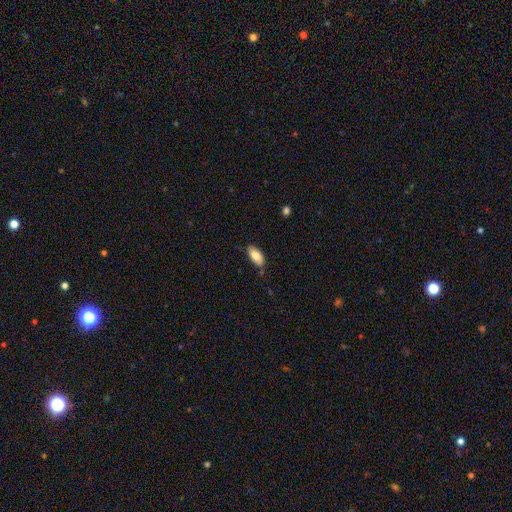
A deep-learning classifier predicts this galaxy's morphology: Smooth or featured: smooth — 81% (featured or disk — 12%)
How rounded: in between — 90% (cigar-shaped — 7%)
Merging: none — 79% (minor disturbance — 16%)